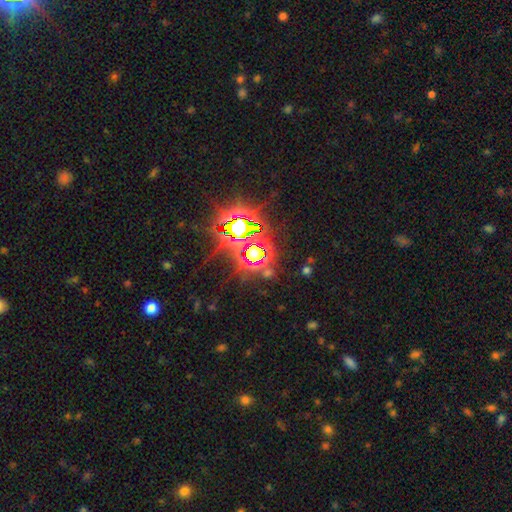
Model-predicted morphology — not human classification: Smooth or featured? star or artifact (79%)